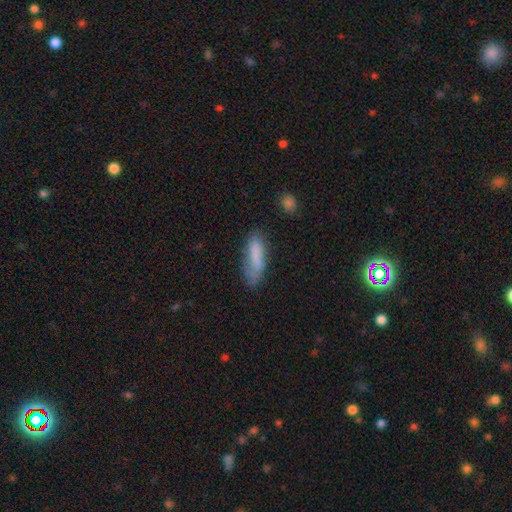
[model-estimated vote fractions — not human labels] Smooth or featured? smooth (78%)
How rounded? cigar-shaped (55%)
Merging? none (57%)